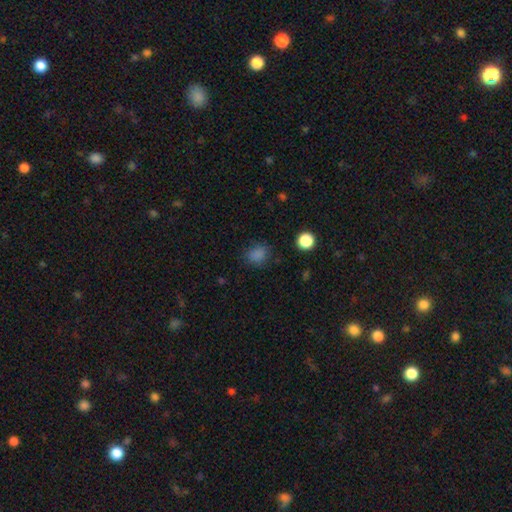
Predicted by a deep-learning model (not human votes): A smooth galaxy with no disk features (79%) that is round (66%). Merging: none (81%).